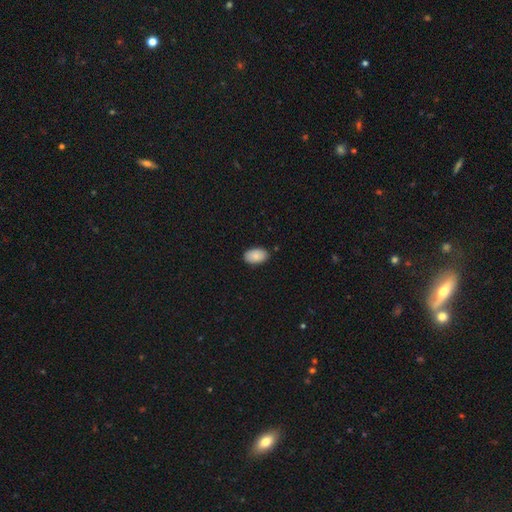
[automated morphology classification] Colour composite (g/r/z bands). It shows a smooth galaxy with no disk features (88%) that is in between round and cigar-shaped (94%). Merging: none (87%).